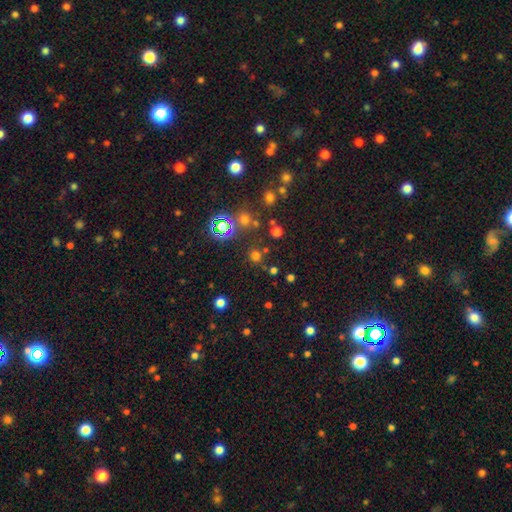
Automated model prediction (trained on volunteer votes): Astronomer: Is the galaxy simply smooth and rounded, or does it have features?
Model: smooth — 57% (runner-up: star or artifact, 36%).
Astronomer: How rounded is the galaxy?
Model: round — 88%.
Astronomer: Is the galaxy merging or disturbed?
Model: none — 77%.